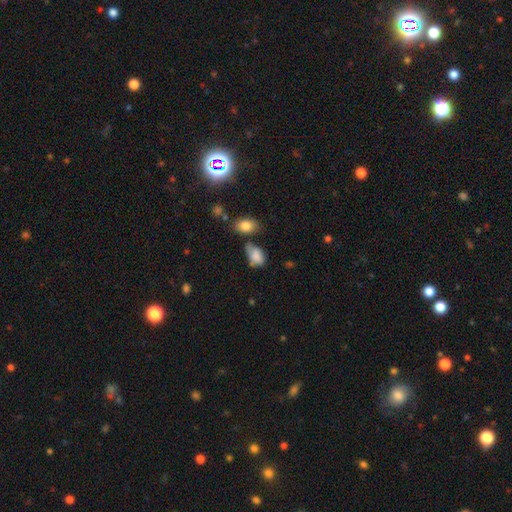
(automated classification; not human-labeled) Smooth or featured? Predicted: smooth (p=0.78). How rounded? Predicted: in between (p=0.86). Merging? Predicted: none (p=0.34).